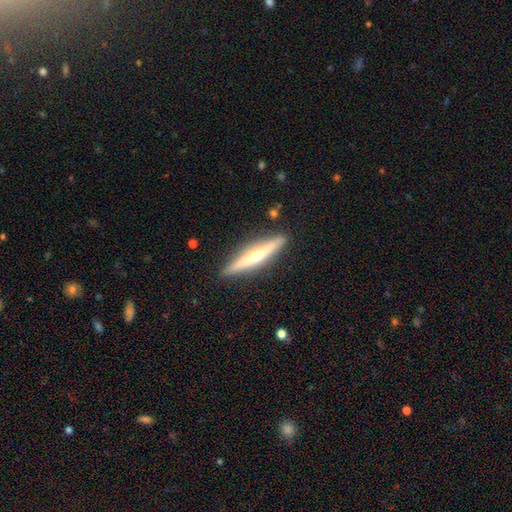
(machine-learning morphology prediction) smooth_or_featured: featured or disk (p=0.63) [alt: smooth p=0.31]
disk_edge_on: yes (p=0.96) [alt: no p=0.04]
edge_on_bulge: rounded (p=0.81) [alt: none p=0.13]
merging: none (p=0.88) [alt: minor disturbance p=0.08]